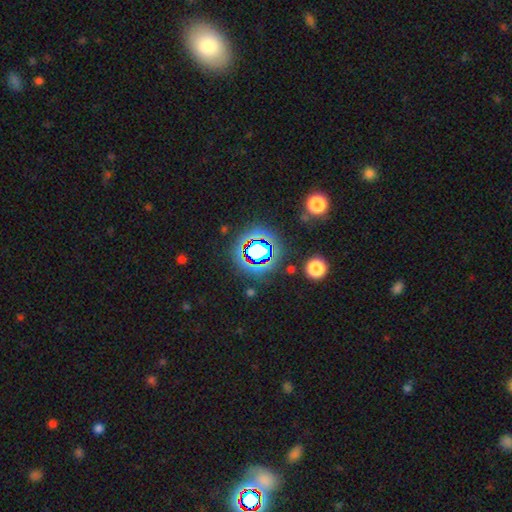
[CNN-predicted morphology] Smooth or featured? star or artifact (77%)